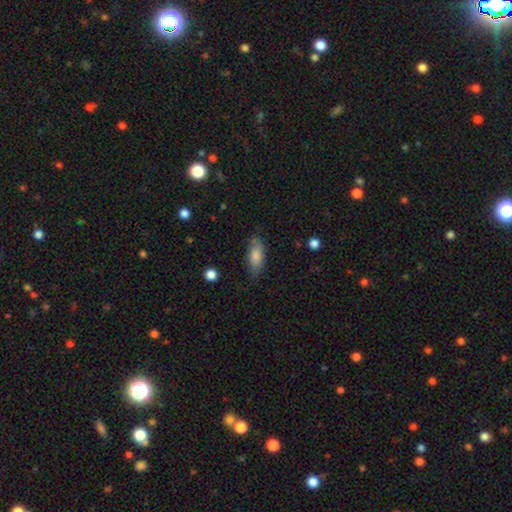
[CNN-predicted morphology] Smooth or featured? smooth (76%)
How rounded? in between (74%)
Merging? none (78%)